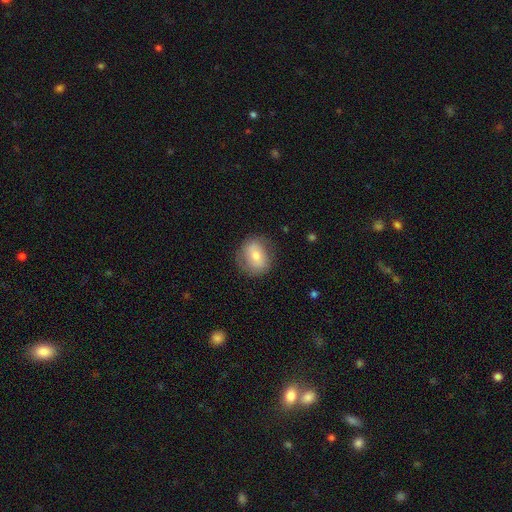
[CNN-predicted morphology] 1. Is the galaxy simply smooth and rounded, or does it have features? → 65% smooth, 28% featured or disk, 7% star or artifact.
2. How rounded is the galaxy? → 57% round, 42% in between, 1% cigar-shaped.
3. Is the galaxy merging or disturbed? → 76% none, 17% minor disturbance, 6% major disturbance, 1% merger.